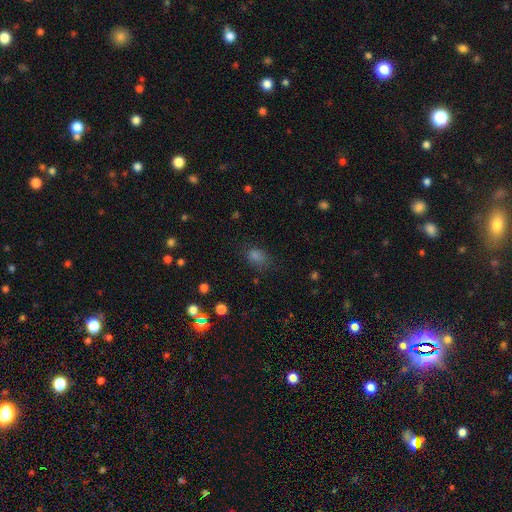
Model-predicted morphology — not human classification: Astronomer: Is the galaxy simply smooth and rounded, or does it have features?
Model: smooth — 72%.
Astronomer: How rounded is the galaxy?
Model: in between — 66%.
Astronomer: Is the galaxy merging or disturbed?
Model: none — 71%.